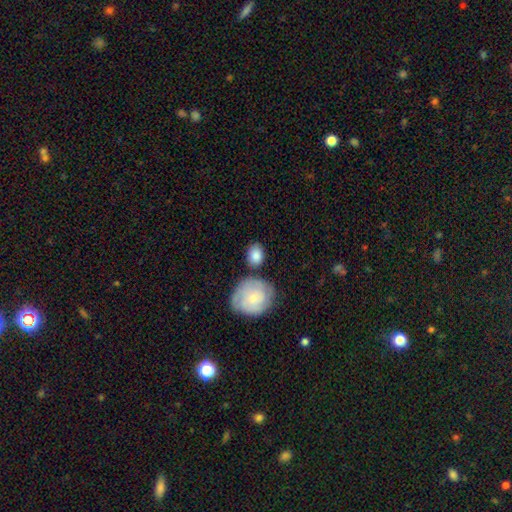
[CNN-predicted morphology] Smooth or featured: smooth — 82% (featured or disk — 13%)
How rounded: in between — 51% (round — 48%)
Merging: none — 68% (minor disturbance — 15%)